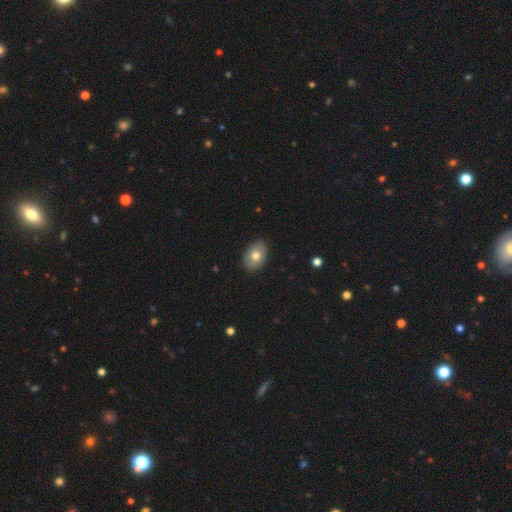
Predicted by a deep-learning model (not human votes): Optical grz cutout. It shows a smooth galaxy with no disk features (73%) that is in between round and cigar-shaped (80%). Merging: none (86%).